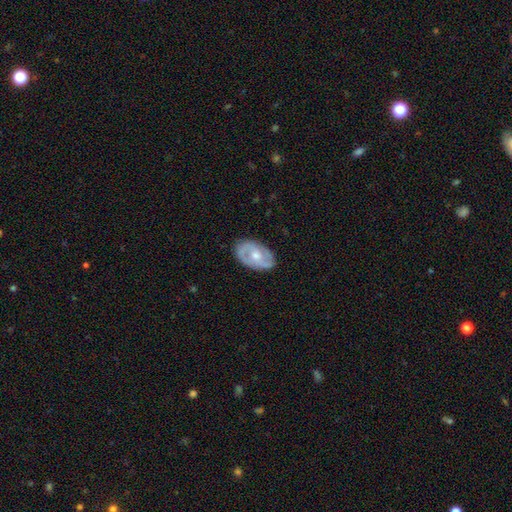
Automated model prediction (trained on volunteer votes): Smooth or featured? Predicted: featured or disk (p=0.69). Edge-on disk? Predicted: no (p=0.95). Bar? Predicted: no (p=0.58). Spiral arms? Predicted: yes (p=0.75). Bulge size? Predicted: moderate (p=0.64). Merging? Predicted: none (p=0.80).